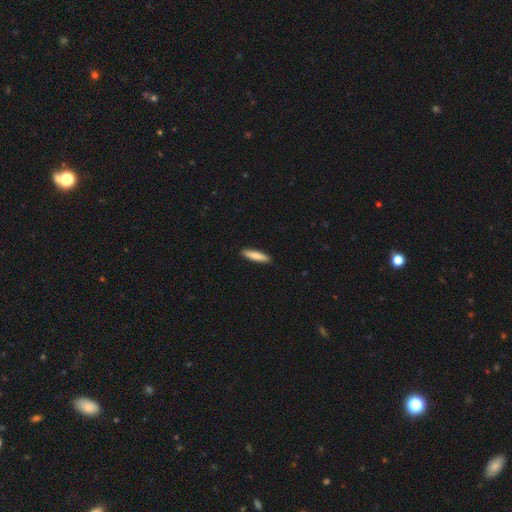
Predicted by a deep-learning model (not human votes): This appears to be a smooth galaxy with no disk features (82%) that is cigar-shaped (84%). Merging: none (91%).